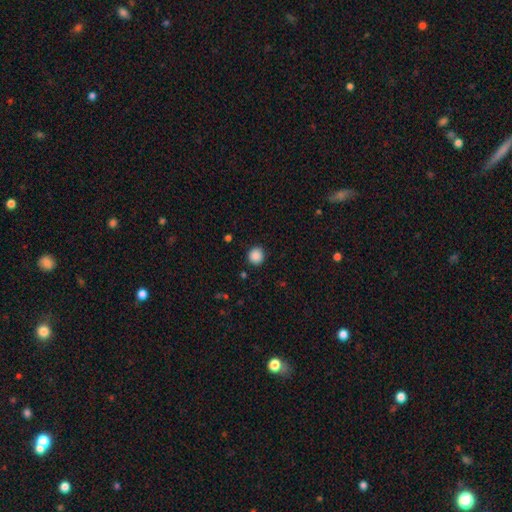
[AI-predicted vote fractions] Smooth or featured: smooth — 88% (star or artifact — 10%)
How rounded: round — 93% (in between — 6%)
Merging: none — 91% (minor disturbance — 6%)